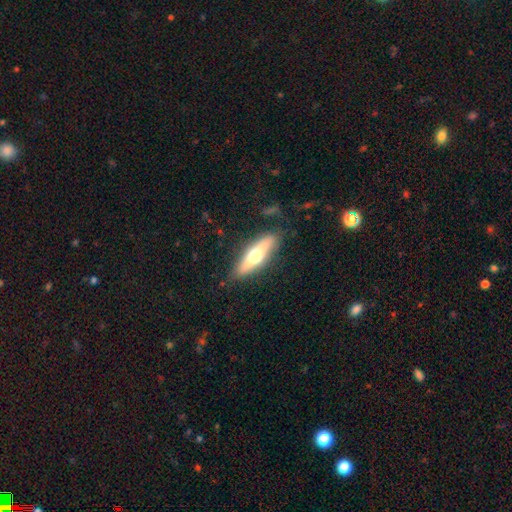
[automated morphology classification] featured or disk 48%, smooth 45%, star or artifact 6%. Down the decision tree: merging — none (84%).